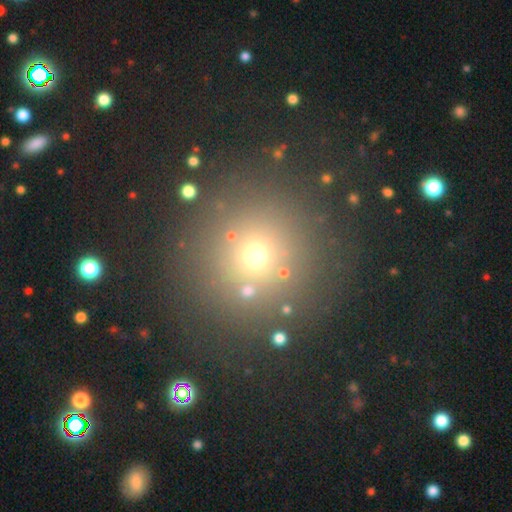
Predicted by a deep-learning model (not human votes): A smooth galaxy with no disk features (59%) that is round (94%).

Vote fractions:
- Smooth or featured? smooth: 59% / star or artifact: 31% / featured or disk: 10%
- How rounded? round: 94% / in between: 5% / cigar-shaped: 1%
- Merging? none: 83% / minor disturbance: 7% / merger: 5% / major disturbance: 5%